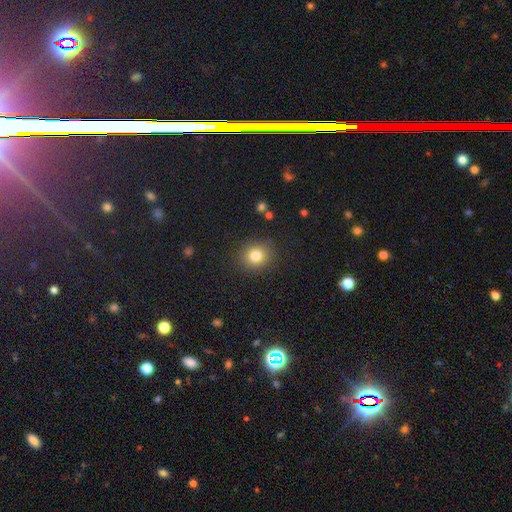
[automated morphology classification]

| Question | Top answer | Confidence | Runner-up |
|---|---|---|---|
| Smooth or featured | smooth | 80% | star or artifact (12%) |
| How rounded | round | 85% | in between (14%) |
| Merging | none | 88% | minor disturbance (7%) |